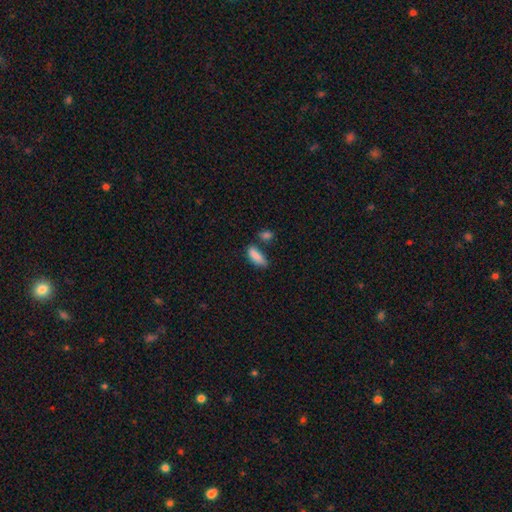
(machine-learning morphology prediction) The model was most divided on "merging": none: 53%, minor disturbance: 24%, merger: 17%, major disturbance: 7%. More confident: smooth or featured — smooth (86%); how rounded — in between (67%).